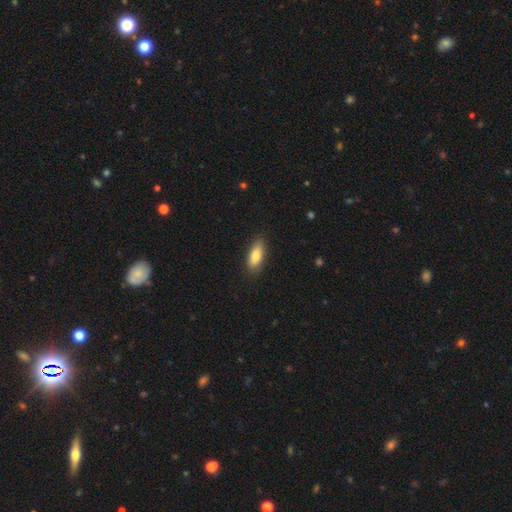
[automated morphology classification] Smooth or featured: smooth — 79% (featured or disk — 15%)
How rounded: in between — 78% (cigar-shaped — 19%)
Merging: none — 85% (minor disturbance — 11%)